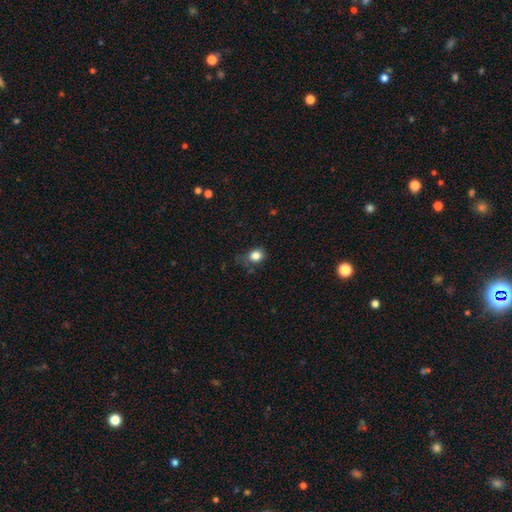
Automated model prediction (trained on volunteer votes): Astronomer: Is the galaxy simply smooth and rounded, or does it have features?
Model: smooth — 82%.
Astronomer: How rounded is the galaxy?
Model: round — 56% (runner-up: in between, 43%).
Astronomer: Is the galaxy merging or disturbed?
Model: none — 61%.